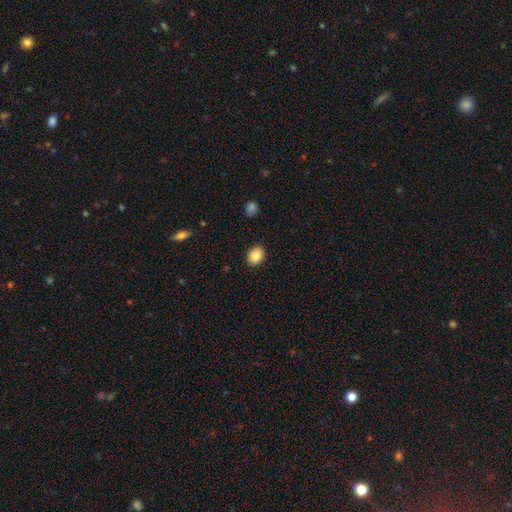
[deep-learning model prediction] Q: Smooth or featured?
A: smooth (86%); runner-up: star or artifact (9%)
Q: How rounded?
A: round (58%); runner-up: in between (41%)
Q: Merging?
A: none (88%); runner-up: minor disturbance (8%)